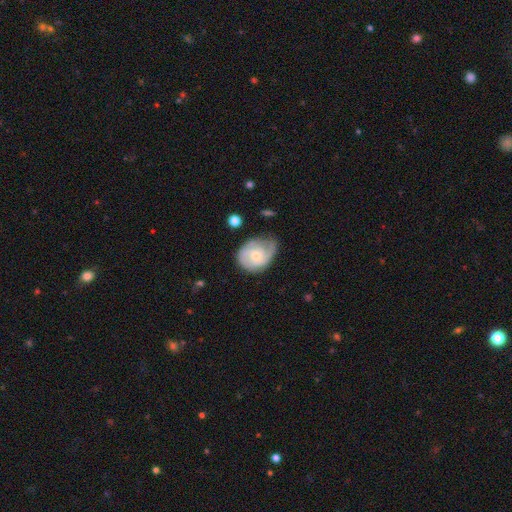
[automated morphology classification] Q: Smooth or featured?
A: featured or disk (71%); runner-up: smooth (23%)
Q: Edge-on disk?
A: no (97%); runner-up: yes (3%)
Q: Bar?
A: no (68%); runner-up: weak (28%)
Q: Spiral arms?
A: yes (91%); runner-up: no (9%)
Q: Spiral winding?
A: tight (47%); runner-up: medium (39%)
Q: Spiral arm count?
A: 2 (50%); runner-up: can't tell (21%)
Q: Bulge size?
A: small (60%); runner-up: moderate (36%)
Q: Merging?
A: none (56%); runner-up: minor disturbance (30%)